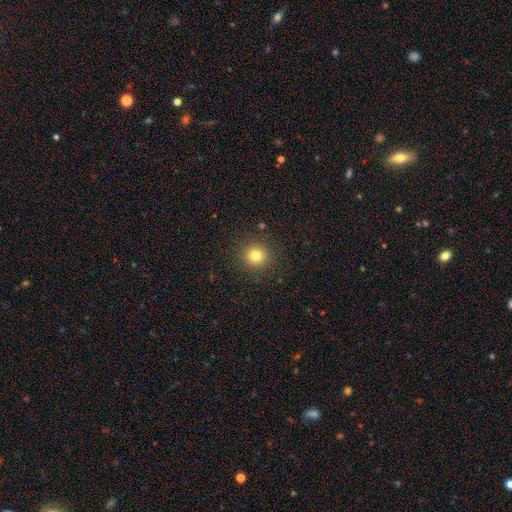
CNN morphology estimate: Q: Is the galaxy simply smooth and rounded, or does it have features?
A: smooth — 80%.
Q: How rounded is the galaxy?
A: round — 94%.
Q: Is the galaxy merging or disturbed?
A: none — 90%.